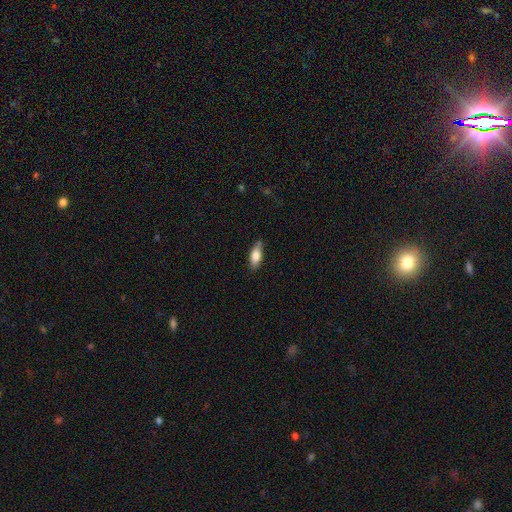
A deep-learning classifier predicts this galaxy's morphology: smooth-or-featured: smooth: 77% | featured or disk: 16% | star or artifact: 6%
  how-rounded: in between: 71% | cigar-shaped: 27% | round: 2%
  merging: none: 78% | minor disturbance: 17% | major disturbance: 3% | merger: 2%